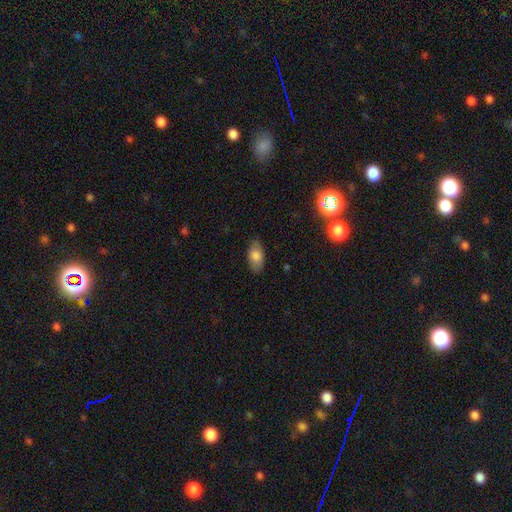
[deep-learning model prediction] A smooth galaxy with no disk features (77%) that is in between round and cigar-shaped (92%).

Vote fractions:
- Smooth or featured? smooth: 77% / featured or disk: 15% / star or artifact: 8%
- How rounded? in between: 92% / round: 4% / cigar-shaped: 3%
- Merging? none: 81% / minor disturbance: 14% / major disturbance: 3% / merger: 1%